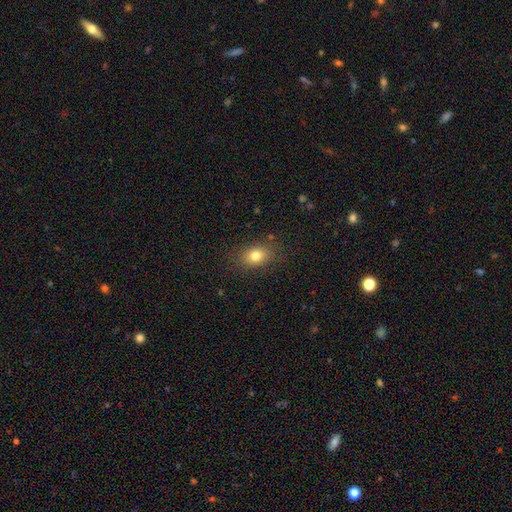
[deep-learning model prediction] Q: Smooth or featured?
A: smooth (79%); runner-up: star or artifact (11%)
Q: How rounded?
A: in between (71%); runner-up: round (27%)
Q: Merging?
A: none (84%); runner-up: minor disturbance (11%)